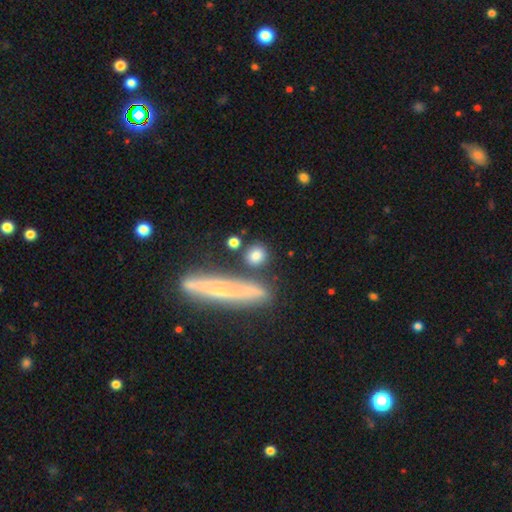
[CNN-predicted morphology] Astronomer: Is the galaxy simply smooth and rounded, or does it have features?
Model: smooth — 80%.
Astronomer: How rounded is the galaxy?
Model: round — 72%.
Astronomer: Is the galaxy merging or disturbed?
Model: none — 77%.